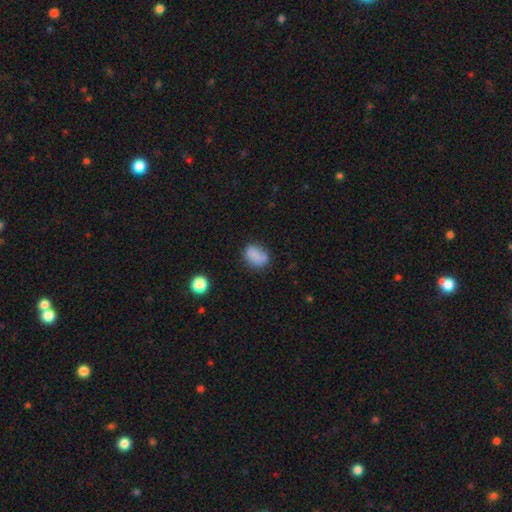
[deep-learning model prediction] Smooth or featured: smooth — 80% (star or artifact — 11%)
How rounded: in between — 72% (round — 26%)
Merging: none — 60% (minor disturbance — 24%)